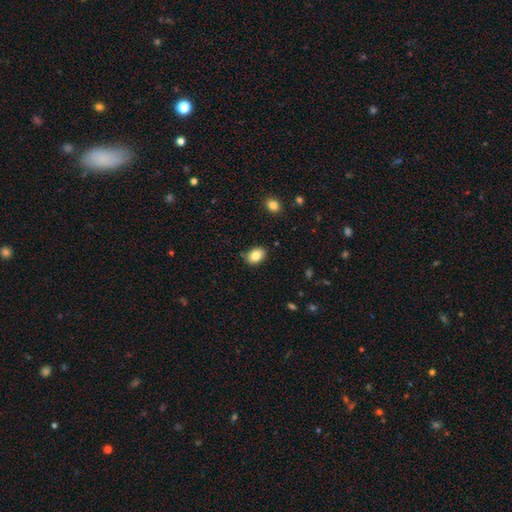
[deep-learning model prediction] A smooth galaxy with no disk features (83%) that is in between round and cigar-shaped (78%).

Vote fractions:
- Smooth or featured? smooth: 83% / featured or disk: 9% / star or artifact: 8%
- How rounded? in between: 78% / round: 21% / cigar-shaped: 1%
- Merging? none: 85% / minor disturbance: 11% / major disturbance: 2% / merger: 2%